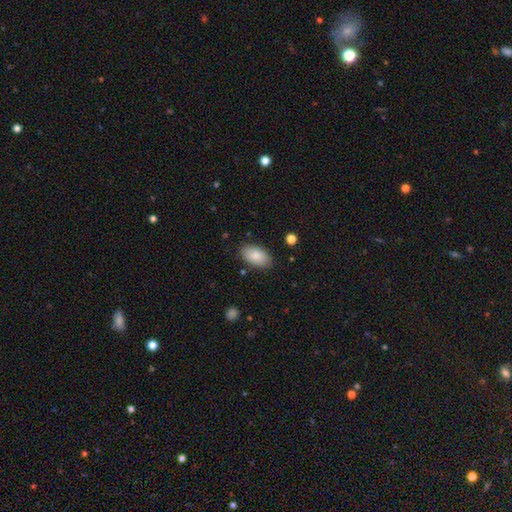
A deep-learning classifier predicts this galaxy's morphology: This appears to be a smooth galaxy with no disk features (85%) that is in between round and cigar-shaped (94%). Merging: none (85%).